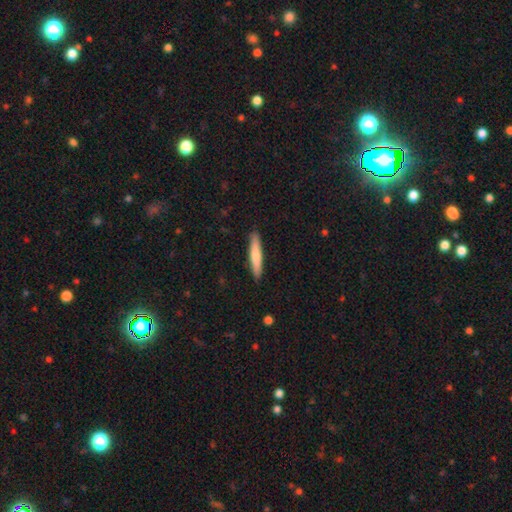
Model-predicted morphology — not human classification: Smooth or featured: smooth — 70% (featured or disk — 25%)
How rounded: cigar-shaped — 91% (in between — 8%)
Merging: none — 90% (minor disturbance — 8%)